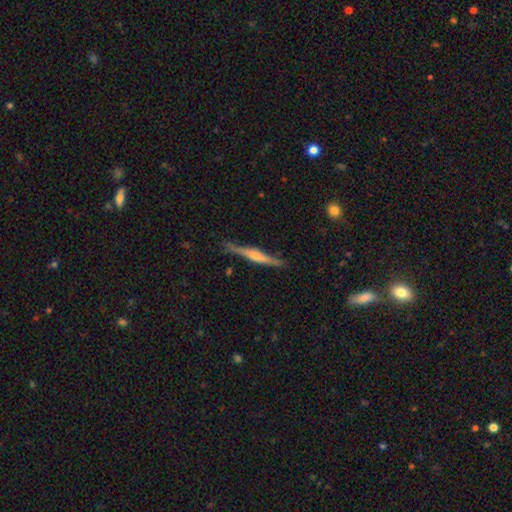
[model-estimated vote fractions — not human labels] smooth-or-featured: featured or disk: 70% | smooth: 24% | star or artifact: 6%
  disk-edge-on: yes: 98% | no: 2%
    edge-on-bulge: rounded: 75% | boxy: 13% | none: 12%
  merging: none: 86% | minor disturbance: 11% | major disturbance: 2% | merger: 1%